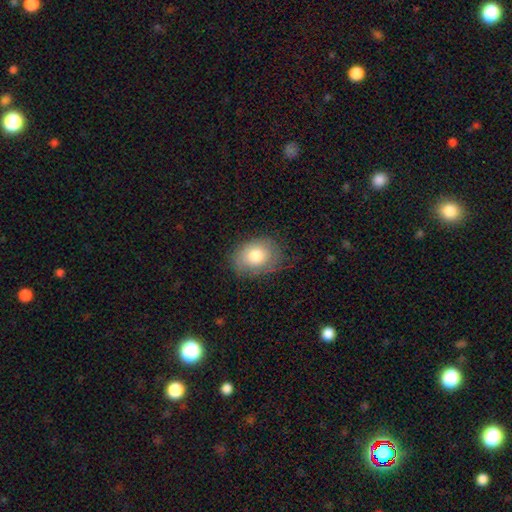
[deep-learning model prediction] A smooth galaxy with no disk features (77%) that is in between round and cigar-shaped (65%).

Vote fractions:
- Smooth or featured? smooth: 77% / featured or disk: 15% / star or artifact: 8%
- How rounded? in between: 65% / round: 34% / cigar-shaped: 1%
- Merging? none: 70% / minor disturbance: 22% / major disturbance: 7% / merger: 1%